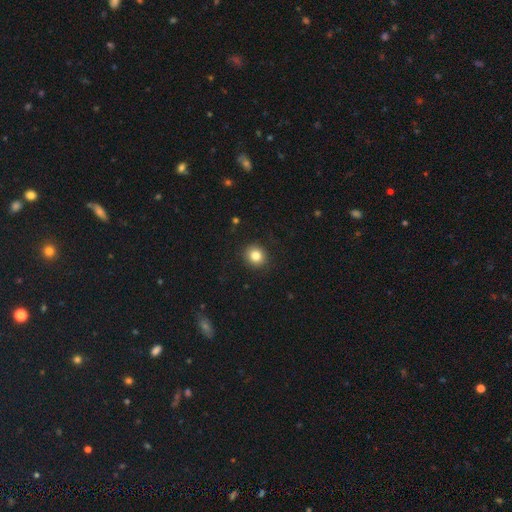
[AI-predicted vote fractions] A smooth galaxy with no disk features (83%) that is round (86%). Merging: none (91%).